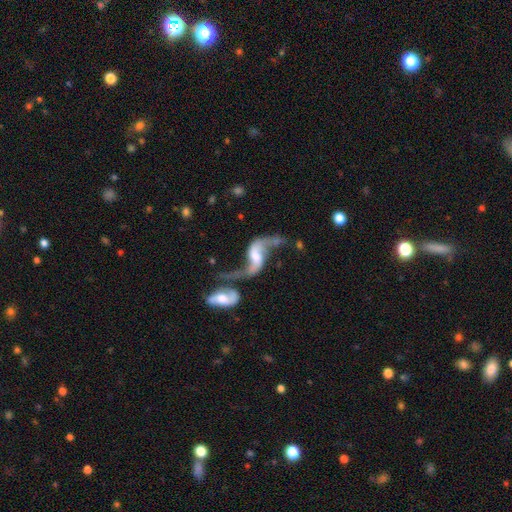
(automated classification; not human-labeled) A featured or disk galaxy (87%) with a weak bar (45%), 2 (92%) loose (89%) spiral arms (94%) and a moderate central bulge (38%).

Vote fractions:
- Smooth or featured? featured or disk: 87% / smooth: 8% / star or artifact: 5%
- Edge-on disk? no: 95% / yes: 5%
- Bar? weak: 45% / no: 32% / strong: 23%
- Spiral arms? yes: 94% / no: 6%
- Spiral winding? loose: 89% / medium: 9% / tight: 2%
- Spiral arm count? 2: 92% / 1: 3% / can't tell: 2% / 3: 1% / 4: 1% / more than 4: 1%
- Bulge size? moderate: 38% / small: 30% / none: 18% / large: 12% / dominant: 2%
- Merging? merger: 44% / none: 31% / major disturbance: 13% / minor disturbance: 12%